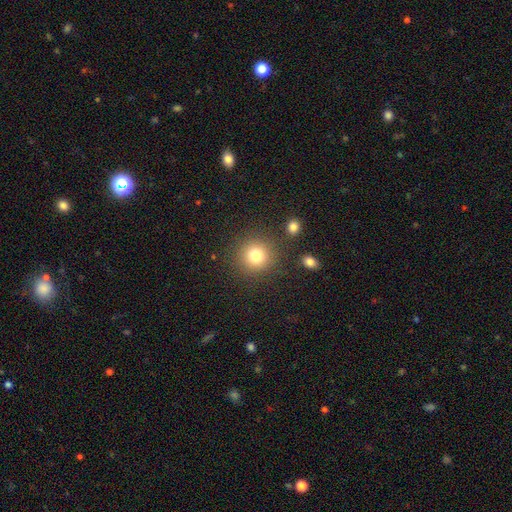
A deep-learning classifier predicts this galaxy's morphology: A smooth galaxy with no disk features (79%) that is round (93%). Merging: none (86%).